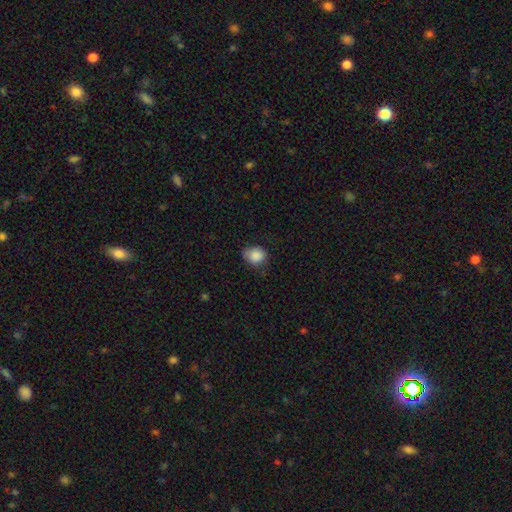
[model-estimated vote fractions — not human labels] Overall: smooth (87%). How rounded: round (61%; in between 38%). Merging: none (61%; minor disturbance 30%).